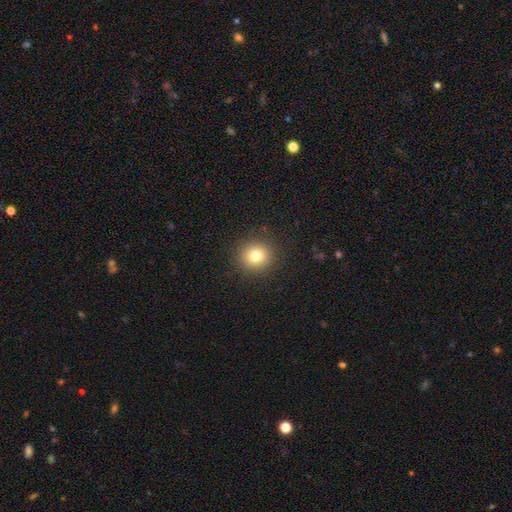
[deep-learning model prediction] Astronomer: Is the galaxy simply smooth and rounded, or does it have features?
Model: smooth — 79%.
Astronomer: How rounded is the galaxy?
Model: round — 91%.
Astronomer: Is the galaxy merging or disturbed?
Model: none — 91%.